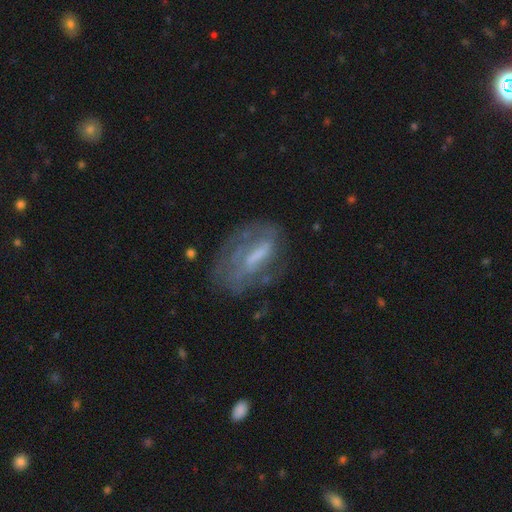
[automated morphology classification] featured or disk 64%, smooth 26%, star or artifact 10%. Down the decision tree: edge-on disk — no (90%); bar — weak (39%); spiral arms — yes (59%); bulge size — none (32%); merging — none (52%).